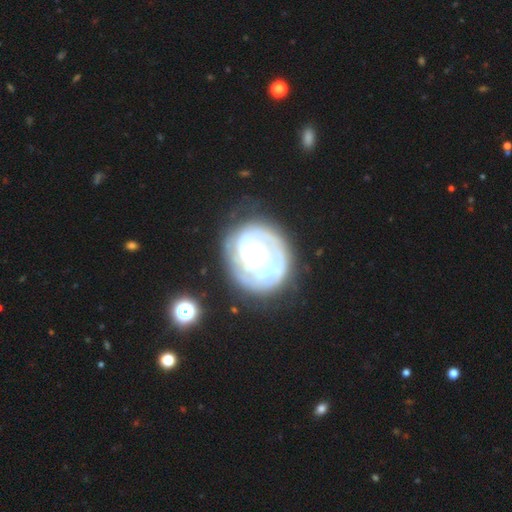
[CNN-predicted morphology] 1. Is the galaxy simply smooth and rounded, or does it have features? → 81% featured or disk, 13% smooth, 6% star or artifact.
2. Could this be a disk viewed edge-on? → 98% no, 2% yes.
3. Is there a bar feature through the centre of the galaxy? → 60% no, 27% weak, 13% strong.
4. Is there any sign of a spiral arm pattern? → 88% yes, 12% no.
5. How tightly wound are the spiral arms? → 65% tight, 26% medium, 10% loose.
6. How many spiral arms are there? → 35% 2, 28% 1, 22% can't tell, 9% 3, 3% 4, 3% more than 4.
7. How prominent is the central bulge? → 39% moderate, 37% large, 12% small, 6% dominant, 5% none.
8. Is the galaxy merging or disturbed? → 63% none, 19% minor disturbance, 14% major disturbance, 5% merger.